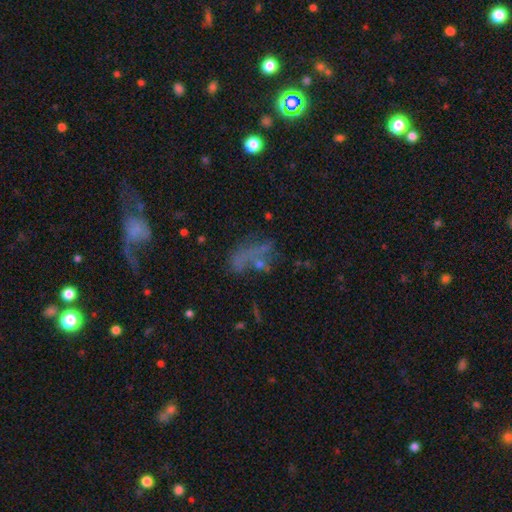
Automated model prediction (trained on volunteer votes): Smooth or featured: smooth — 43% (featured or disk — 30%)
Merging: none — 36% (major disturbance — 30%)